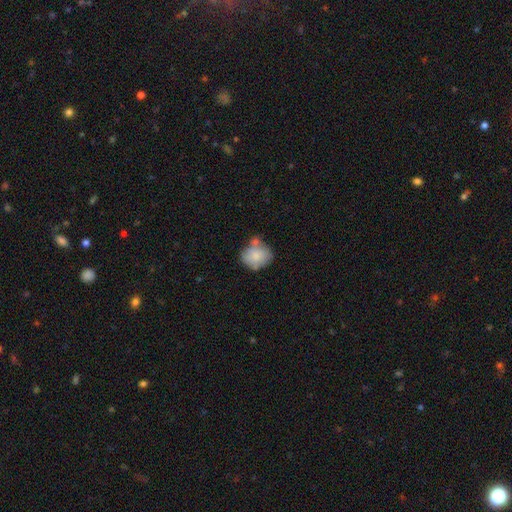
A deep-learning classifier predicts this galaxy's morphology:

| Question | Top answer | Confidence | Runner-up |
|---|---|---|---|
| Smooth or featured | smooth | 77% | featured or disk (16%) |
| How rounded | round | 56% | in between (43%) |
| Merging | none | 47% | minor disturbance (24%) |